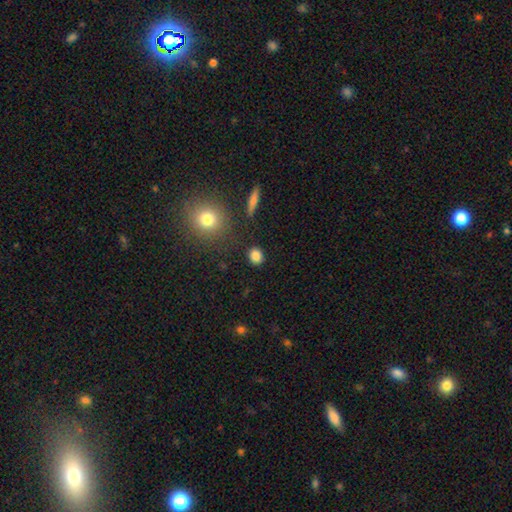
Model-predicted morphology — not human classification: Smooth or featured: smooth — 85% (star or artifact — 11%)
How rounded: round — 71% (in between — 27%)
Merging: none — 86% (minor disturbance — 9%)